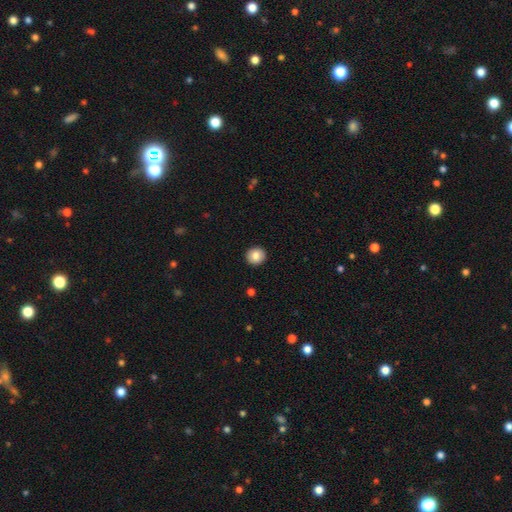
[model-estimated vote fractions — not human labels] The model was most divided on "smooth or featured": smooth: 84%, star or artifact: 8%, featured or disk: 8%. More confident: merging — none (92%); how rounded — round (90%).